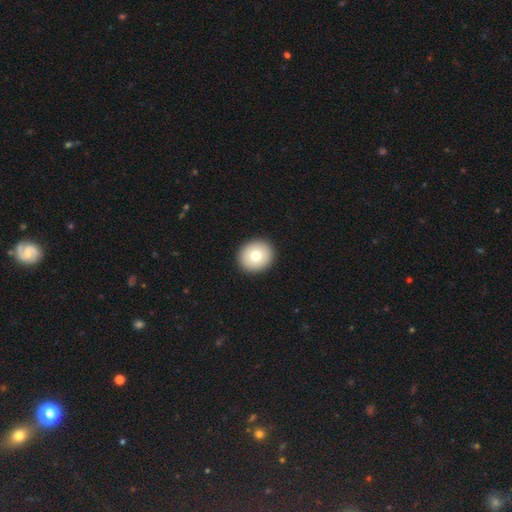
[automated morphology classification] Smooth or featured?
  - smooth: 76% *
  - featured or disk: 15%
  - star or artifact: 9%
How rounded?
  - round: 86% *
  - in between: 13%
  - cigar-shaped: 1%
Merging?
  - none: 93% *
  - minor disturbance: 5%
  - major disturbance: 2%
  - merger: 1%